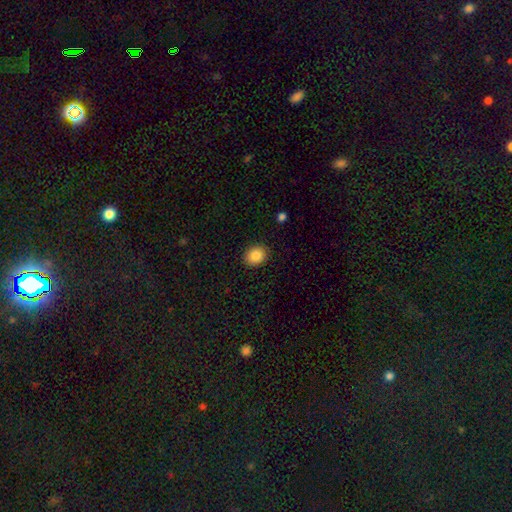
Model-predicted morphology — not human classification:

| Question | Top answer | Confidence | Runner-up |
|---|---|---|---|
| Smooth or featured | smooth | 87% | star or artifact (8%) |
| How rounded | round | 56% | in between (43%) |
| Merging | none | 89% | minor disturbance (8%) |